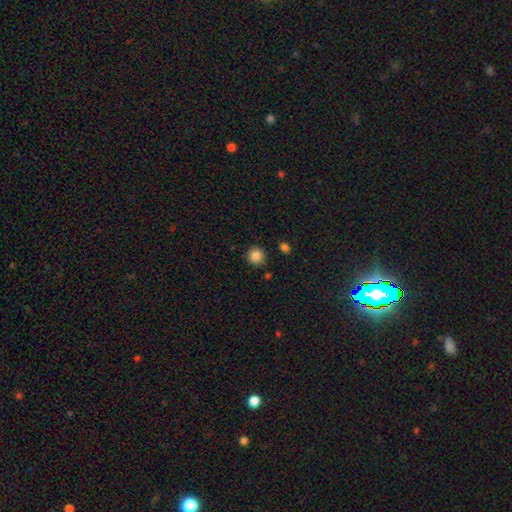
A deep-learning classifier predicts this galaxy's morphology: smooth_or_featured: smooth (p=0.85) [alt: star or artifact p=0.10]
how_rounded: round (p=0.91) [alt: in between p=0.08]
merging: none (p=0.87) [alt: minor disturbance p=0.08]